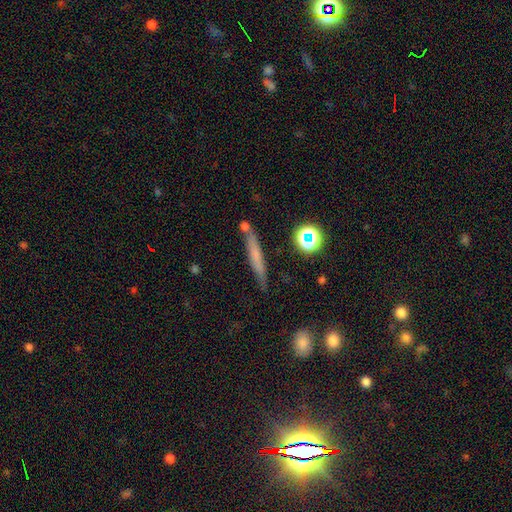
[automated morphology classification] Smooth or featured: smooth — 54% (featured or disk — 33%)
How rounded: cigar-shaped — 89% (in between — 6%)
Merging: none — 76% (minor disturbance — 14%)